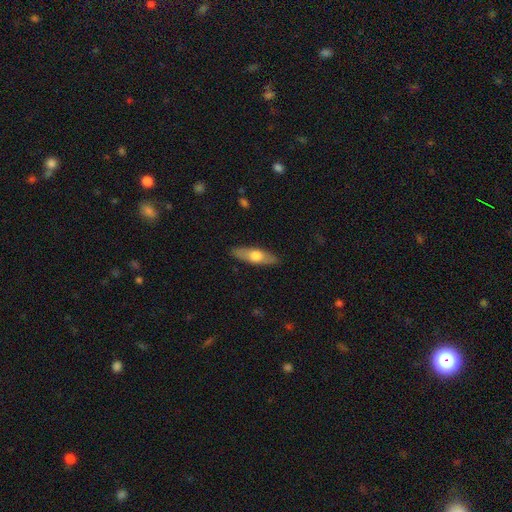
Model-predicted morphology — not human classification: Overall: smooth (57%; featured or disk 38%). How rounded: cigar-shaped (53%; in between 44%). Merging: none (88%).